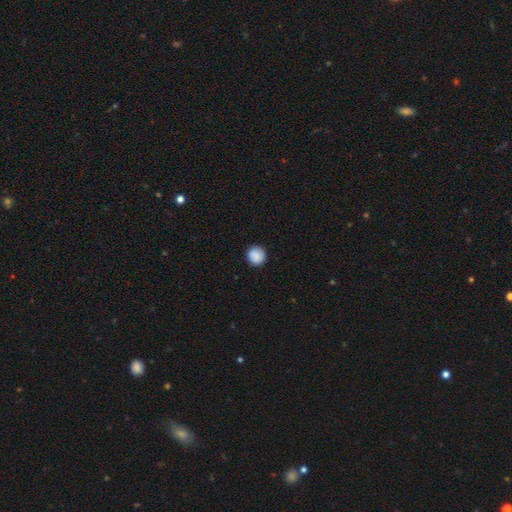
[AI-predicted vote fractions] The model was most divided on "smooth or featured": smooth: 88%, star or artifact: 8%, featured or disk: 4%. More confident: how rounded — round (95%); merging — none (91%).